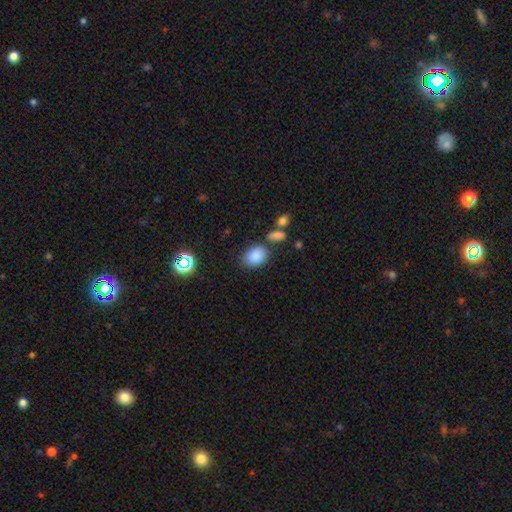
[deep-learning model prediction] Smooth or featured?
  - smooth: 84% *
  - star or artifact: 10%
  - featured or disk: 5%
How rounded?
  - in between: 69% *
  - round: 29%
  - cigar-shaped: 1%
Merging?
  - none: 70% *
  - minor disturbance: 14%
  - merger: 11%
  - major disturbance: 4%